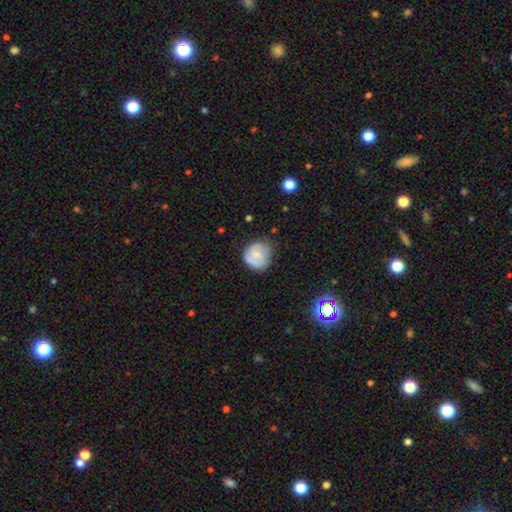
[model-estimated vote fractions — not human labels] Smooth or featured? Predicted: smooth (p=0.52). How rounded? Predicted: round (p=0.82). Merging? Predicted: none (p=0.63).